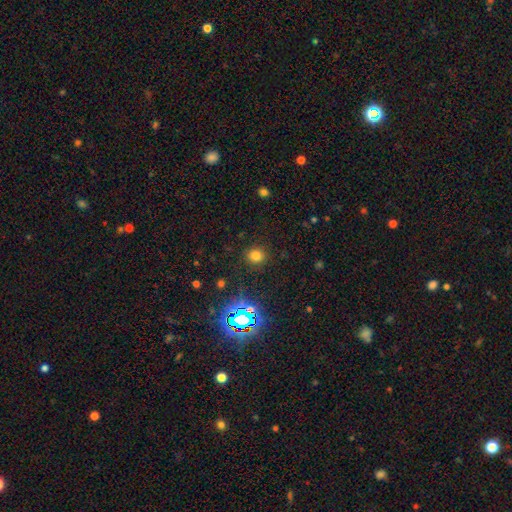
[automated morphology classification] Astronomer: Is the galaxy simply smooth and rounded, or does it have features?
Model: smooth — 72%.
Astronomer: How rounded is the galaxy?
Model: round — 82%.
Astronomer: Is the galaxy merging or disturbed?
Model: none — 87%.